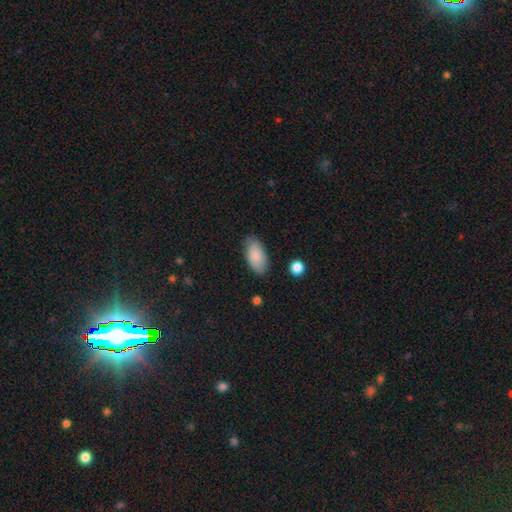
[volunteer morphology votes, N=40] A smooth galaxy with no disk features (85%) that is in between round and cigar-shaped (88%). Merging: none (78%).